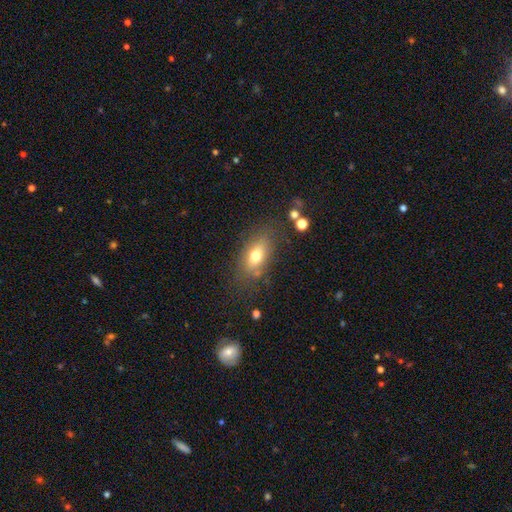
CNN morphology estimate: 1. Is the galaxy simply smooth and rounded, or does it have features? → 72% smooth, 18% featured or disk, 10% star or artifact.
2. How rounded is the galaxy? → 81% in between, 10% round, 9% cigar-shaped.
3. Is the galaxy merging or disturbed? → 74% none, 16% minor disturbance, 6% major disturbance, 4% merger.